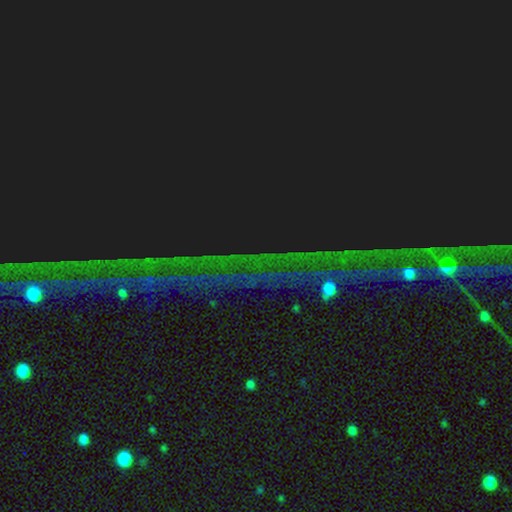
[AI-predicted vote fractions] A star or artifact, not a galaxy (87%).